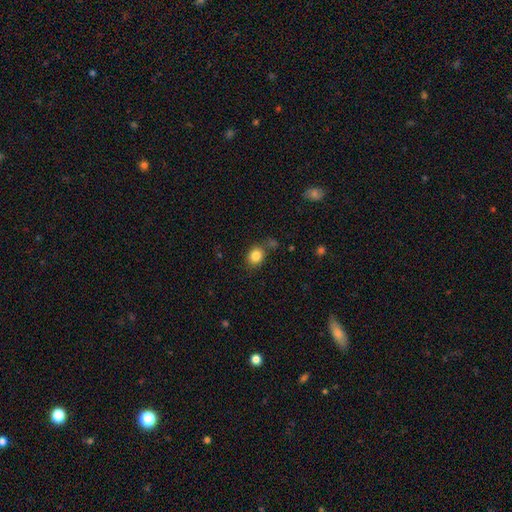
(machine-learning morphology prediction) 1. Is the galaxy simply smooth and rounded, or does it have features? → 84% smooth, 10% star or artifact, 6% featured or disk.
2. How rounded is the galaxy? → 64% round, 35% in between, 1% cigar-shaped.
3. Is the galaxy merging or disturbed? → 72% none, 14% minor disturbance, 9% merger, 5% major disturbance.